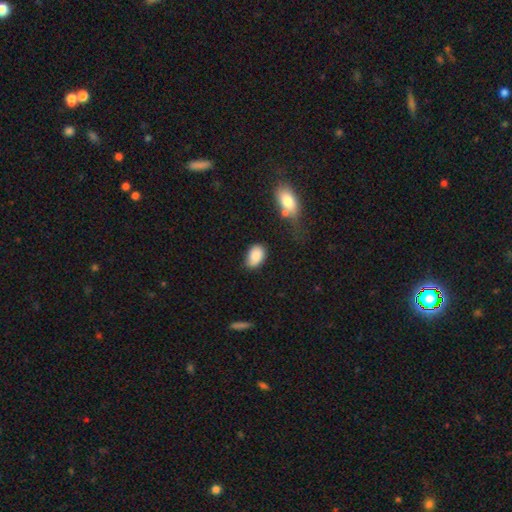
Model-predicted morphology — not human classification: A smooth galaxy with no disk features (85%) that is in between round and cigar-shaped (86%).

Vote fractions:
- Smooth or featured? smooth: 85% / star or artifact: 7% / featured or disk: 7%
- How rounded? in between: 86% / round: 12% / cigar-shaped: 1%
- Merging? none: 59% / minor disturbance: 30% / major disturbance: 7% / merger: 4%